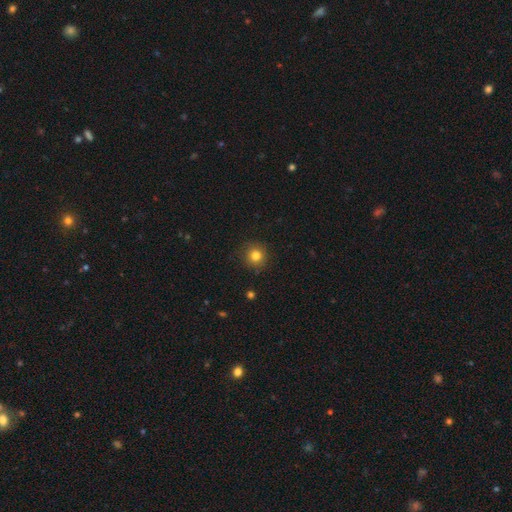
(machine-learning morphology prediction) smooth 81%, star or artifact 13%, featured or disk 7%. Down the decision tree: how rounded — round (94%); merging — none (90%).